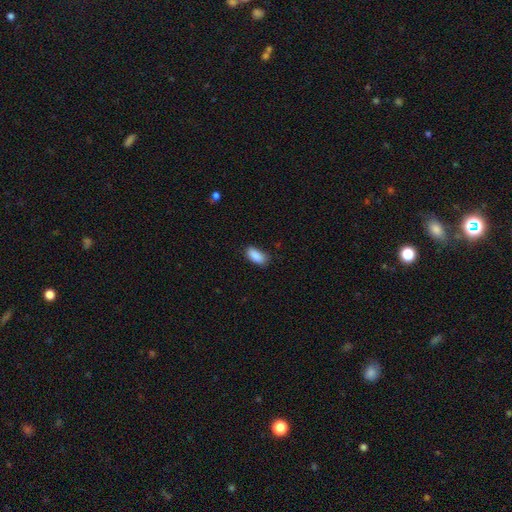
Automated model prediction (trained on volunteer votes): A smooth galaxy with no disk features (89%) that is in between round and cigar-shaped (90%). Merging: none (78%).